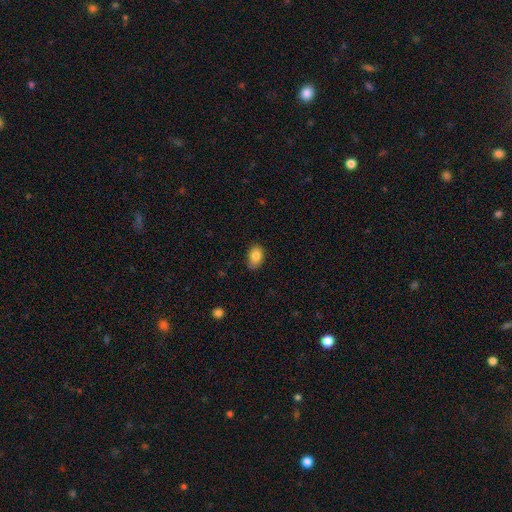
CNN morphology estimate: Overall: smooth (84%). How rounded: in between (84%). Merging: none (77%).